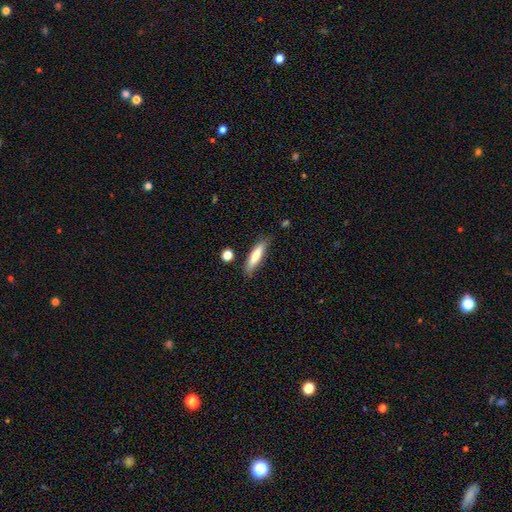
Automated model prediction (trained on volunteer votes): smooth_or_featured: smooth (p=0.73) [alt: featured or disk p=0.20]
how_rounded: cigar-shaped (p=0.80) [alt: in between p=0.18]
merging: none (p=0.81) [alt: minor disturbance p=0.13]